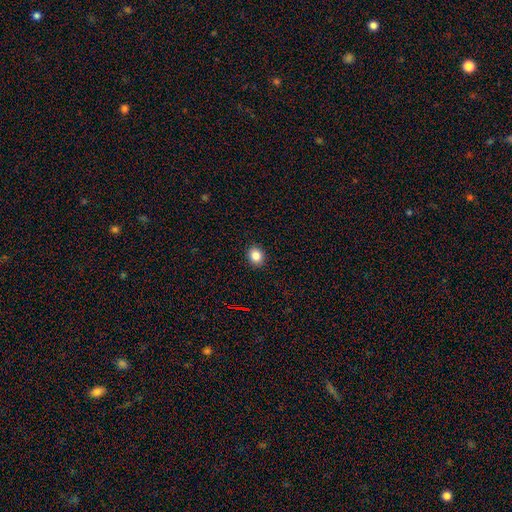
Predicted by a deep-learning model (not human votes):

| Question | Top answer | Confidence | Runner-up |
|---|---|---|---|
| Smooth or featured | smooth | 84% | star or artifact (11%) |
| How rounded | round | 66% | in between (33%) |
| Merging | none | 91% | minor disturbance (6%) |